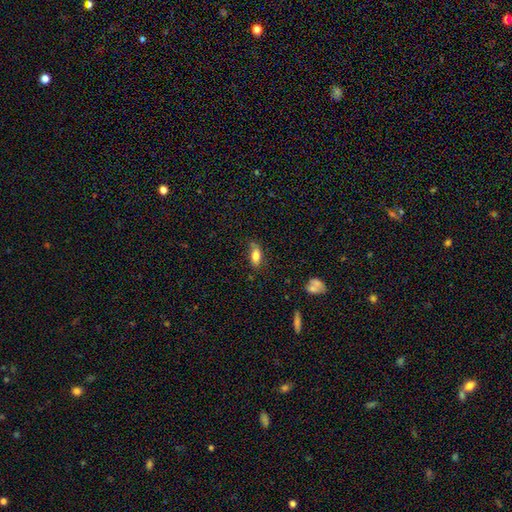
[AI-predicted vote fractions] Smooth or featured?
  - smooth: 80% *
  - featured or disk: 11%
  - star or artifact: 9%
How rounded?
  - in between: 83% *
  - cigar-shaped: 14%
  - round: 3%
Merging?
  - none: 63% *
  - minor disturbance: 25%
  - major disturbance: 7%
  - merger: 4%